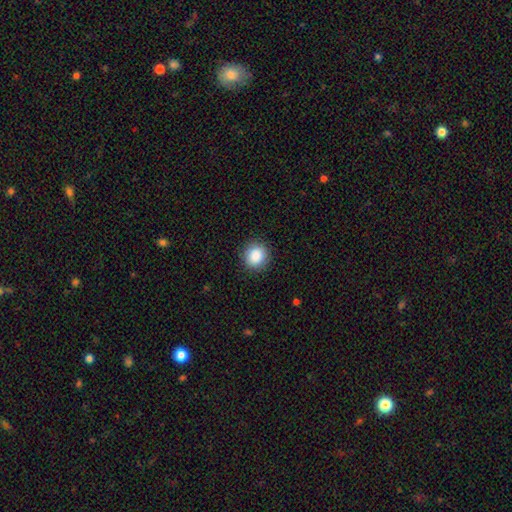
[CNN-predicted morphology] smooth-or-featured: smooth: 88% | star or artifact: 9% | featured or disk: 3%
  how-rounded: round: 89% | in between: 11% | cigar-shaped: 1%
  merging: none: 90% | minor disturbance: 7% | major disturbance: 2% | merger: 1%